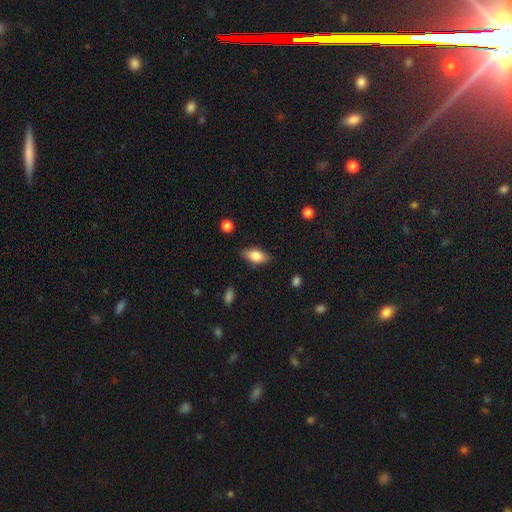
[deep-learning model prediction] A smooth galaxy with no disk features (80%) that is in between round and cigar-shaped (89%). Merging: none (82%).